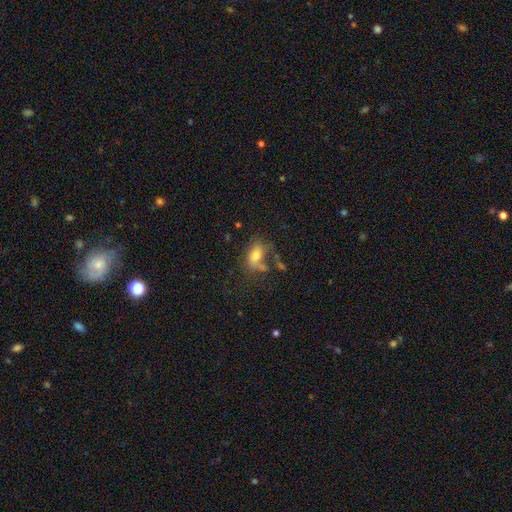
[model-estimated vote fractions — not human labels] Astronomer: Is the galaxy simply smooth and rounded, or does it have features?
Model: smooth — 69%.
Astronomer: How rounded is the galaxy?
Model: in between — 85%.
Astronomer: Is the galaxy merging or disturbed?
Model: none — 43% (runner-up: minor disturbance, 22%).